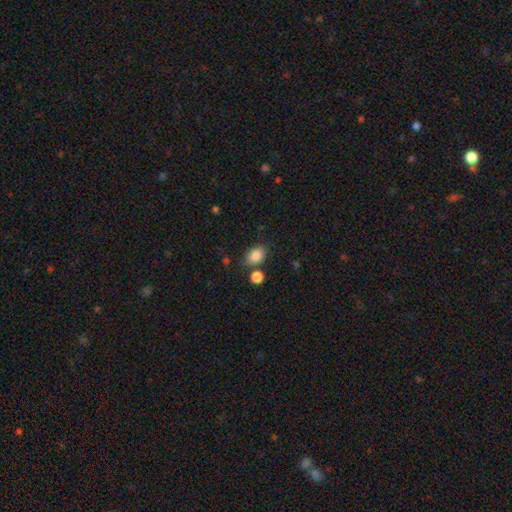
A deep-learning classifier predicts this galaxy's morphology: A smooth galaxy with no disk features (86%) that is in between round and cigar-shaped (75%).

Vote fractions:
- Smooth or featured? smooth: 86% / star or artifact: 9% / featured or disk: 5%
- How rounded? in between: 75% / round: 24% / cigar-shaped: 1%
- Merging? none: 72% / minor disturbance: 14% / merger: 10% / major disturbance: 4%